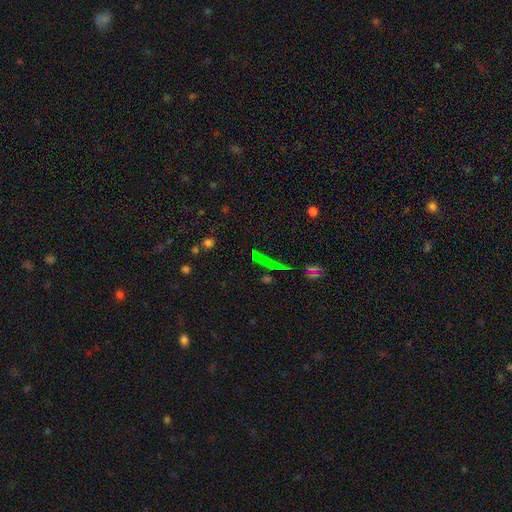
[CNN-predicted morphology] A star or artifact, not a galaxy (56%).

Vote fractions:
- Smooth or featured? star or artifact: 56% / smooth: 29% / featured or disk: 14%